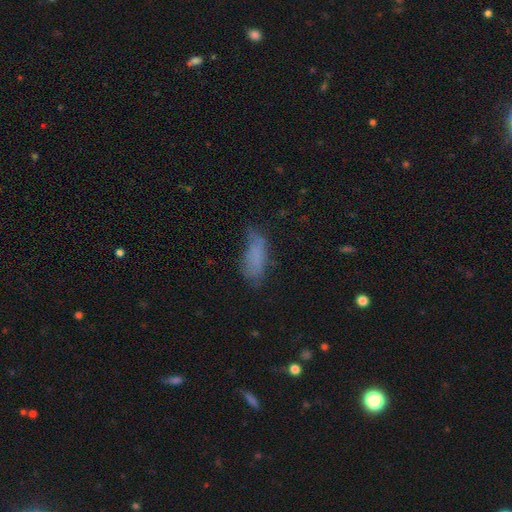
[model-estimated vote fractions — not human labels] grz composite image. It shows a smooth galaxy with no disk features (72%) that is in between round and cigar-shaped (72%). Merging: none (45%).